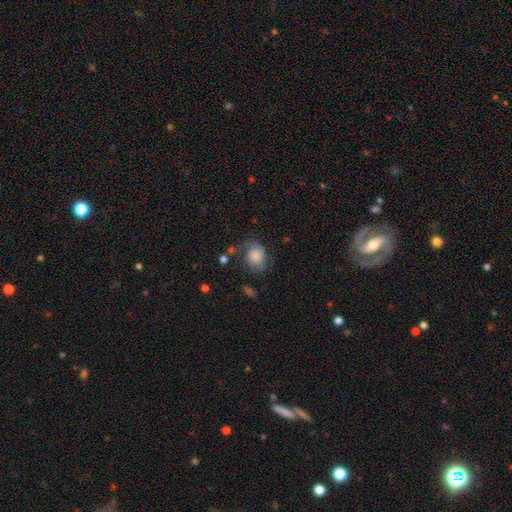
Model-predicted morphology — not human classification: The model was most divided on "how rounded": round: 54%, in between: 45%, cigar-shaped: 1%. Remaining: smooth or featured — smooth (55%); merging — none (47%).